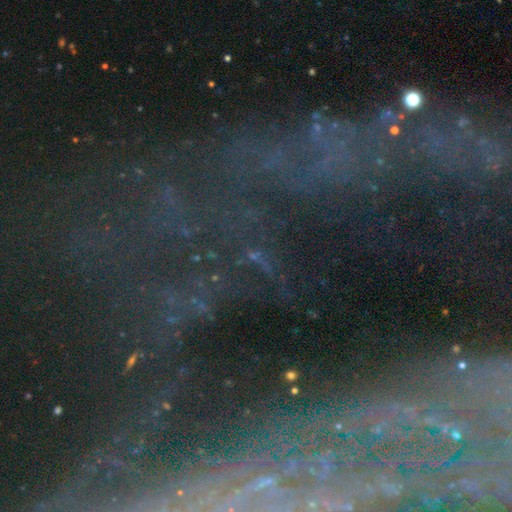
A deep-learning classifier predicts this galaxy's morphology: smooth_or_featured: star or artifact (p=0.76) [alt: featured or disk p=0.12]